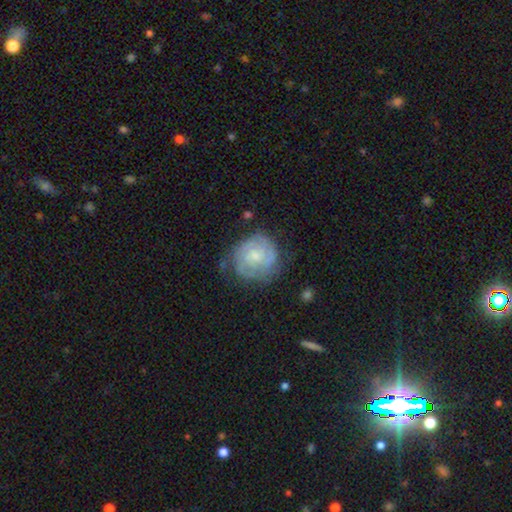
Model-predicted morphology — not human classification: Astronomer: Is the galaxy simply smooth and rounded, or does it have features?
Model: featured or disk — 70%.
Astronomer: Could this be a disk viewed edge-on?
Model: no — 98%.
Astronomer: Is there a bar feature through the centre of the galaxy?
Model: no — 65%.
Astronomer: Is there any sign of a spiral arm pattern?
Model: yes — 86%.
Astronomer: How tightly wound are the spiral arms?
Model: tight — 65%.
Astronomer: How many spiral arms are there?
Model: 2 — 39% (runner-up: can't tell, 35%).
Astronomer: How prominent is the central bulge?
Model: small — 52% (runner-up: moderate, 38%).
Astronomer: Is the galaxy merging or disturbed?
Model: none — 65%.